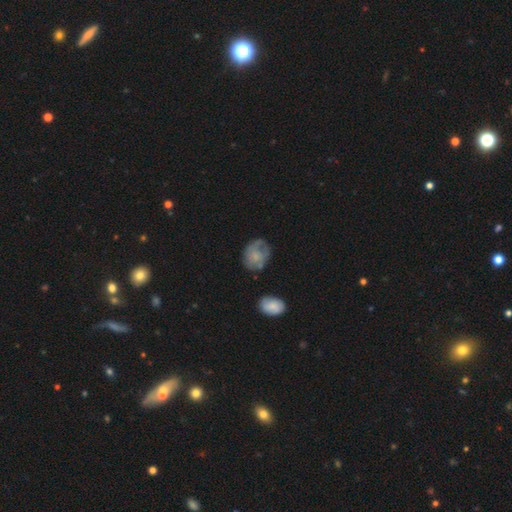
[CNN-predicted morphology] Smooth or featured: smooth — 61% (featured or disk — 31%)
How rounded: in between — 50% (round — 49%)
Merging: none — 49% (minor disturbance — 30%)